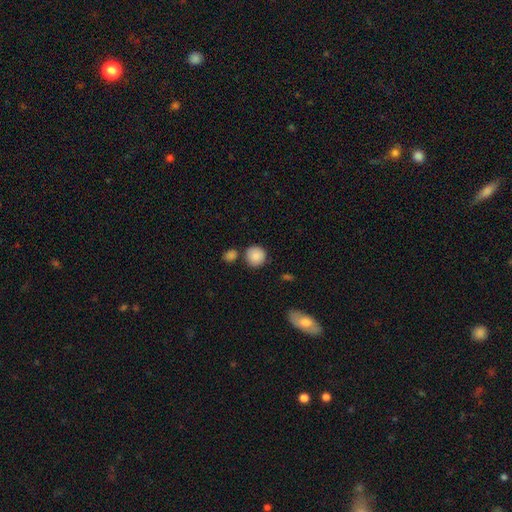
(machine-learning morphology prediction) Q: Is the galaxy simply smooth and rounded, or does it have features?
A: smooth — 87%.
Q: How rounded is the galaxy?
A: round — 92%.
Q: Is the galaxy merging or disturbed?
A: none — 77%.